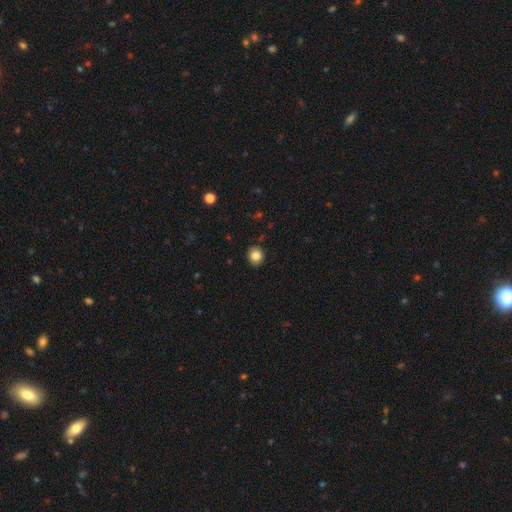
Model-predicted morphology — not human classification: This appears to be a smooth galaxy with no disk features (83%) that is round (79%). Merging: none (90%).